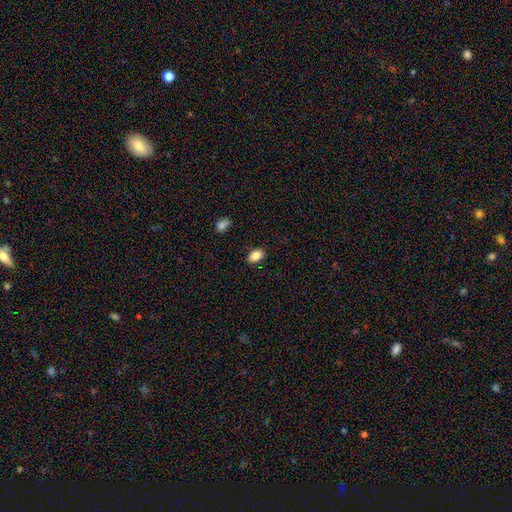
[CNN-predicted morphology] A smooth galaxy with no disk features (86%) that is in between round and cigar-shaped (91%). Merging: none (87%).